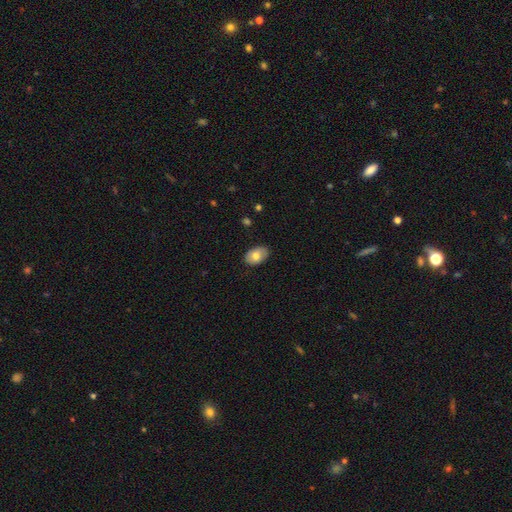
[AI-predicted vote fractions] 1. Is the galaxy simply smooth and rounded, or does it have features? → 74% smooth, 19% featured or disk, 7% star or artifact.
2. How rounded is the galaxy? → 91% in between, 8% round, 1% cigar-shaped.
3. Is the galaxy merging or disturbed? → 86% none, 11% minor disturbance, 2% major disturbance, 1% merger.